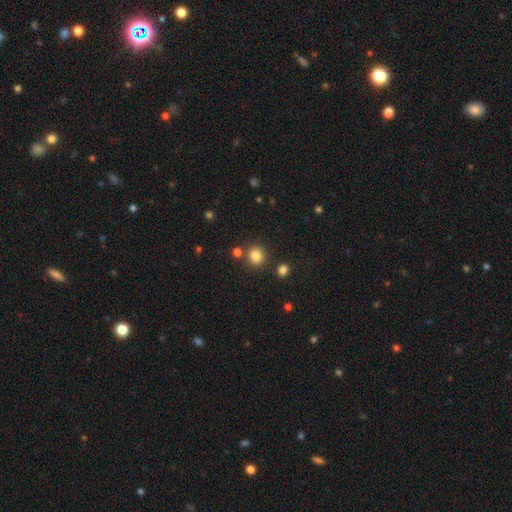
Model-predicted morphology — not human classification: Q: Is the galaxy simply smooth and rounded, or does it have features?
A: smooth — 83%.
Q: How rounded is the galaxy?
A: round — 81%.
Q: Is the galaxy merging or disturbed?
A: none — 80%.